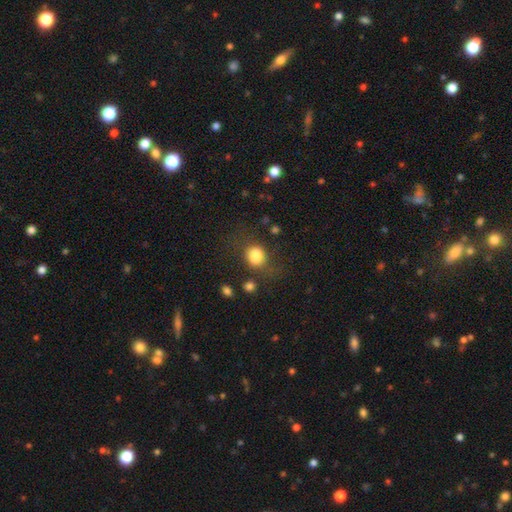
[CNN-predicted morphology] A smooth galaxy with no disk features (80%) that is round (51%).

Vote fractions:
- Smooth or featured? smooth: 80% / star or artifact: 11% / featured or disk: 9%
- How rounded? round: 51% / in between: 48% / cigar-shaped: 1%
- Merging? none: 56% / minor disturbance: 22% / major disturbance: 15% / merger: 8%